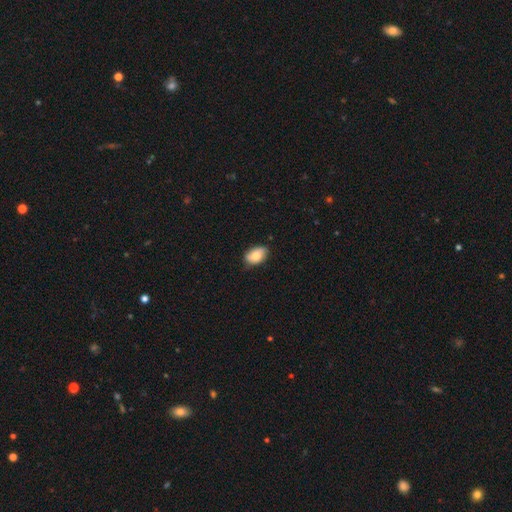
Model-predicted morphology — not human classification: smooth_or_featured: smooth (p=0.80) [alt: featured or disk p=0.13]
how_rounded: in between (p=0.89) [alt: round p=0.10]
merging: none (p=0.73) [alt: minor disturbance p=0.22]